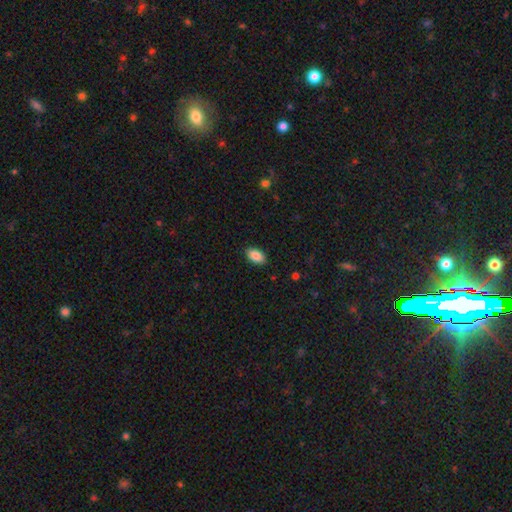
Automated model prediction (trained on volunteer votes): smooth 88%, star or artifact 7%, featured or disk 5%. Down the decision tree: how rounded — in between (93%); merging — none (89%).